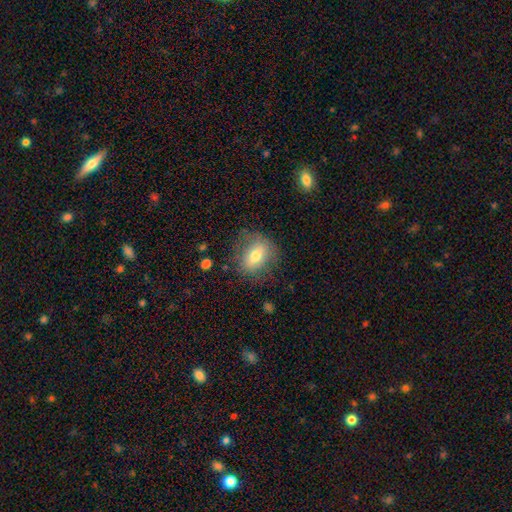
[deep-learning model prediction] smooth-or-featured: smooth: 66% | featured or disk: 26% | star or artifact: 8%
  how-rounded: in between: 61% | round: 36% | cigar-shaped: 2%
  merging: none: 72% | minor disturbance: 19% | major disturbance: 8% | merger: 2%